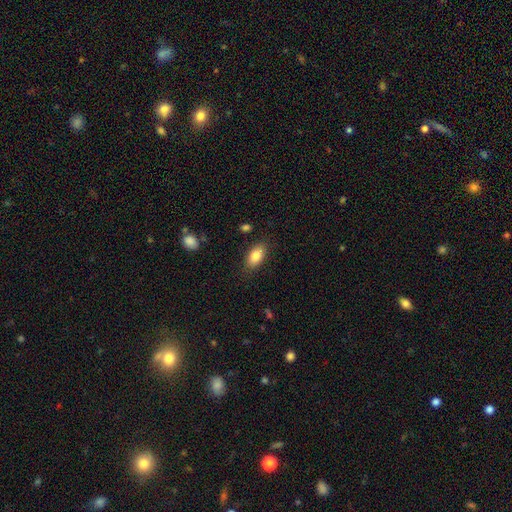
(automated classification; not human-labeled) Smooth or featured?
  - smooth: 83% *
  - featured or disk: 10%
  - star or artifact: 7%
How rounded?
  - in between: 90% *
  - round: 5%
  - cigar-shaped: 5%
Merging?
  - none: 83% *
  - minor disturbance: 13%
  - major disturbance: 3%
  - merger: 2%